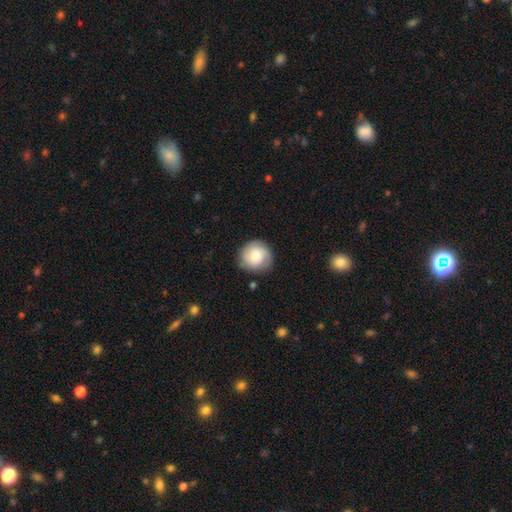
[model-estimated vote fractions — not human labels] Morphology: type=smooth (64%); roundness=round (89%); merging=none (80%).